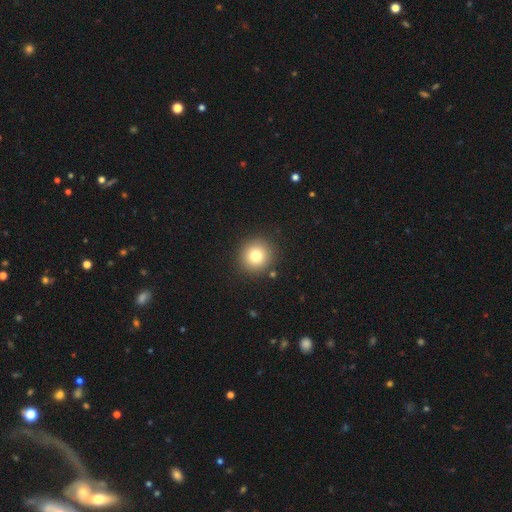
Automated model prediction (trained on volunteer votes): Smooth or featured?
  - smooth: 78% *
  - star or artifact: 12%
  - featured or disk: 10%
How rounded?
  - round: 93% *
  - in between: 6%
  - cigar-shaped: 1%
Merging?
  - none: 89% *
  - minor disturbance: 6%
  - major disturbance: 2%
  - merger: 2%